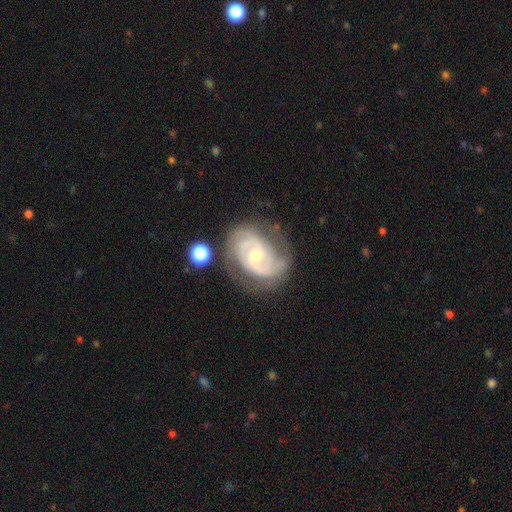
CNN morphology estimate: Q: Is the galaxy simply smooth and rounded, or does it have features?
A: featured or disk — 87%.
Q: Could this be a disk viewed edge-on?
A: no — 97%.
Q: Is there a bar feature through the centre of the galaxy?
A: no — 59%.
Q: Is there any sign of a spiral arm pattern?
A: yes — 95%.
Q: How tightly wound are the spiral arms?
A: tight — 52%.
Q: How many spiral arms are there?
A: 2 — 60%.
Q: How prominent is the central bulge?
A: small — 52%.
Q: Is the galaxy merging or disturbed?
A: none — 66%.